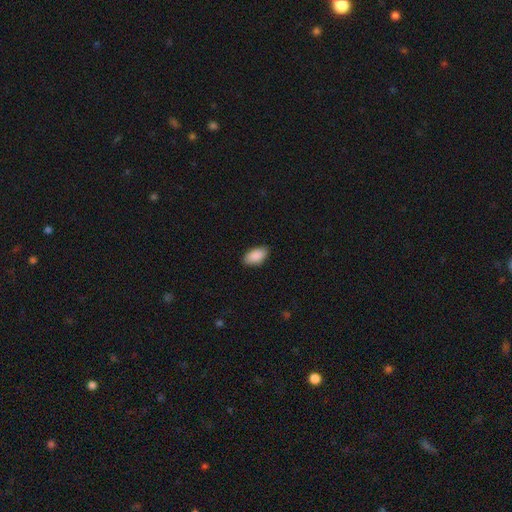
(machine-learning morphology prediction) Q: Smooth or featured?
A: smooth (90%); runner-up: star or artifact (6%)
Q: How rounded?
A: in between (94%); runner-up: round (3%)
Q: Merging?
A: none (85%); runner-up: minor disturbance (12%)